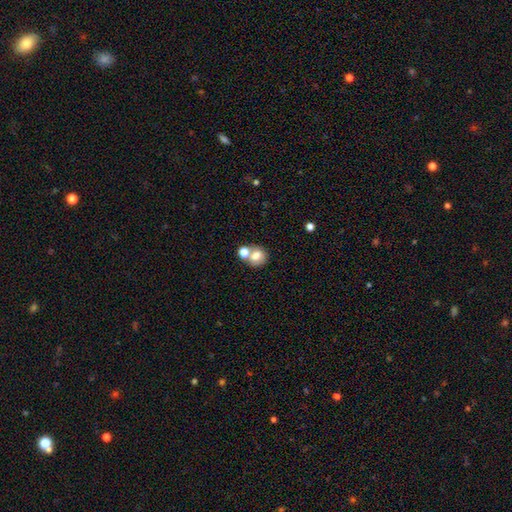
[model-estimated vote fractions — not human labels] This is likely a smooth galaxy (74%). How rounded: likely round (69%). Merging: possibly none (48%).